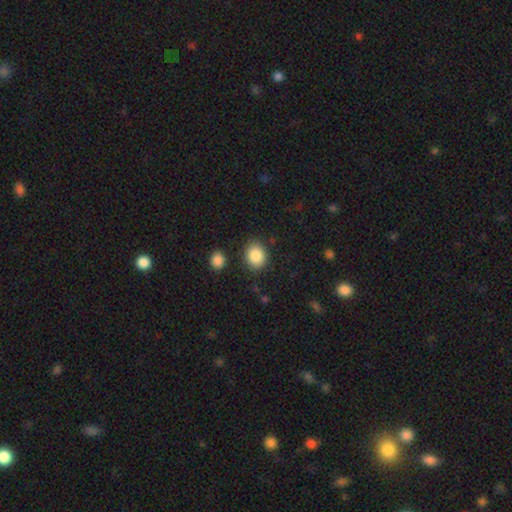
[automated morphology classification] Smooth or featured: smooth — 87% (star or artifact — 8%)
How rounded: round — 52% (in between — 47%)
Merging: none — 83% (minor disturbance — 10%)